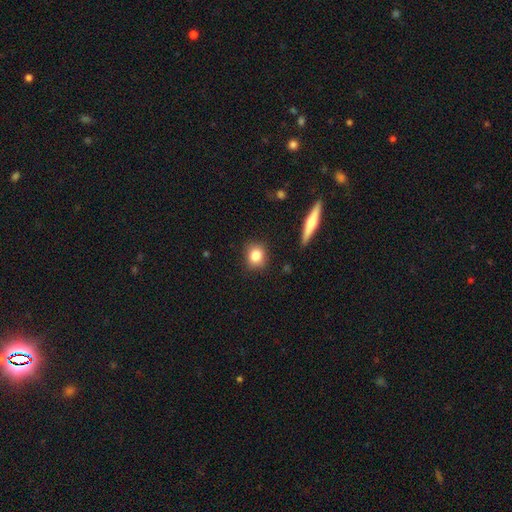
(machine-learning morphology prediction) Q: Smooth or featured?
A: smooth (81%); runner-up: star or artifact (10%)
Q: How rounded?
A: round (73%); runner-up: in between (25%)
Q: Merging?
A: none (85%); runner-up: minor disturbance (11%)